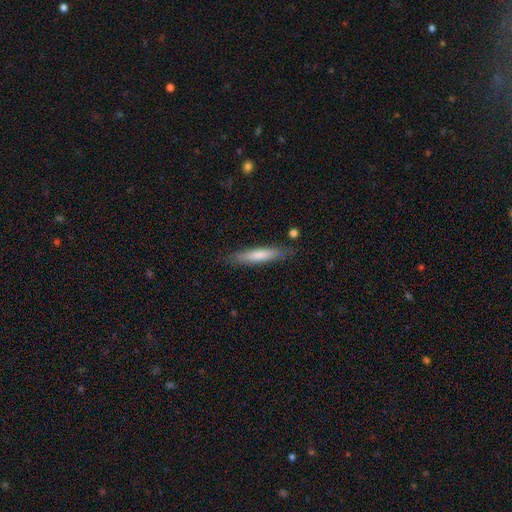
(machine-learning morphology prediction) Overall: smooth (68%). How rounded: cigar-shaped (85%). Merging: none (81%).